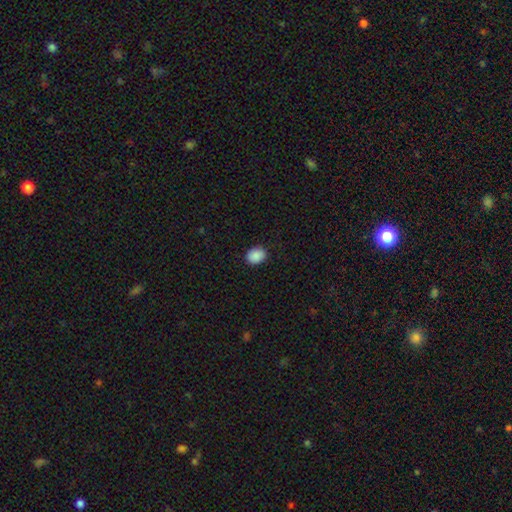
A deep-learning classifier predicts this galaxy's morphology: type=smooth (90%); roundness=in between (54%); merging=none (89%).